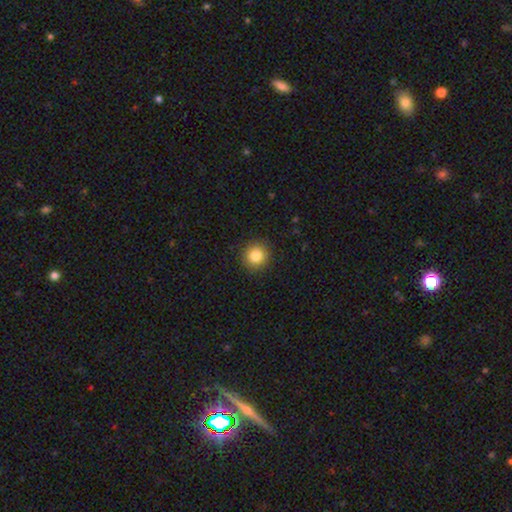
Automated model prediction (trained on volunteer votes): Smooth or featured? smooth (84%)
How rounded? round (92%)
Merging? none (91%)